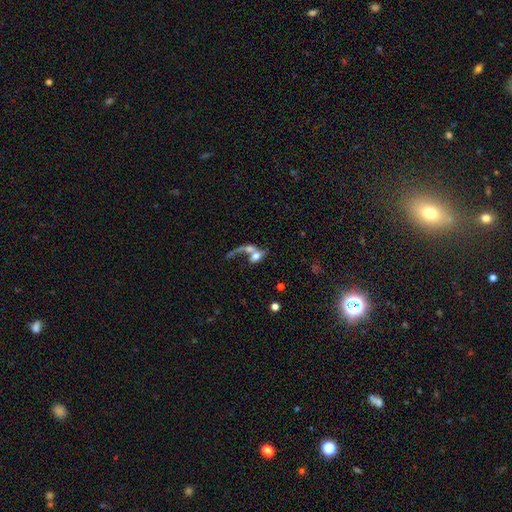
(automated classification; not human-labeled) Smooth or featured? smooth (51%)
How rounded? in between (66%)
Merging? merger (64%)